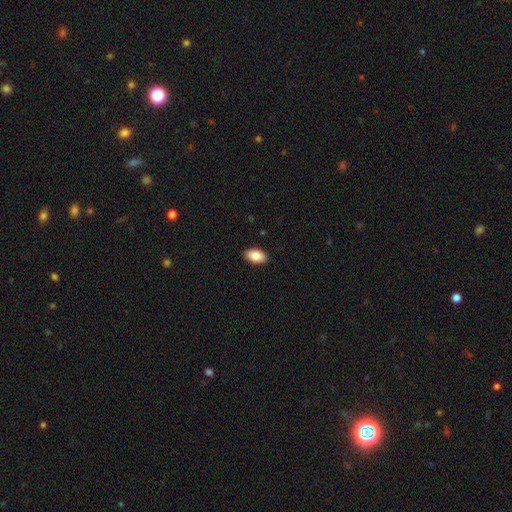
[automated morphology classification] The model was most divided on "smooth or featured": smooth: 86%, star or artifact: 7%, featured or disk: 7%. More confident: how rounded — in between (94%); merging — none (90%).